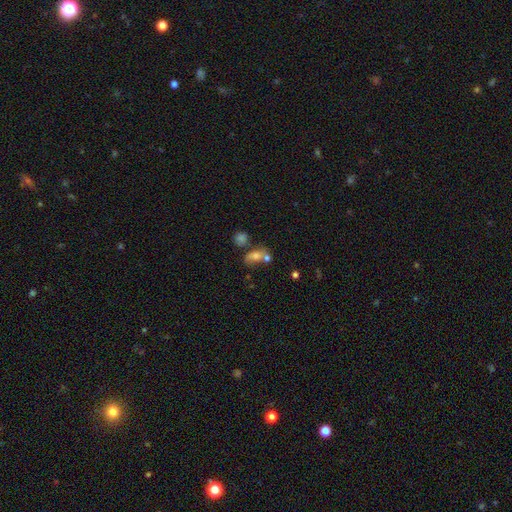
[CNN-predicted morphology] Smooth or featured: smooth — 60% (featured or disk — 25%)
How rounded: in between — 58% (round — 39%)
Merging: merger — 44% (none — 27%)